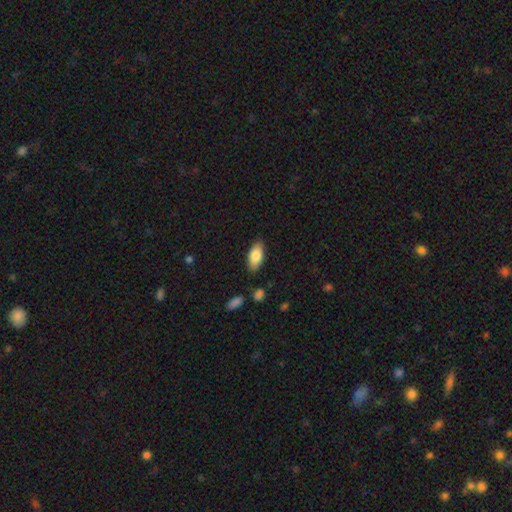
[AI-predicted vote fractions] Smooth or featured? smooth (84%)
How rounded? in between (89%)
Merging? none (84%)